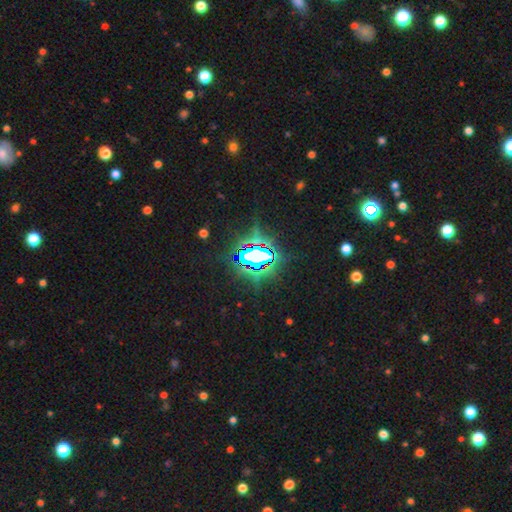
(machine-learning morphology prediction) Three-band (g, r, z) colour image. It shows a star or artifact, not a galaxy (77%).